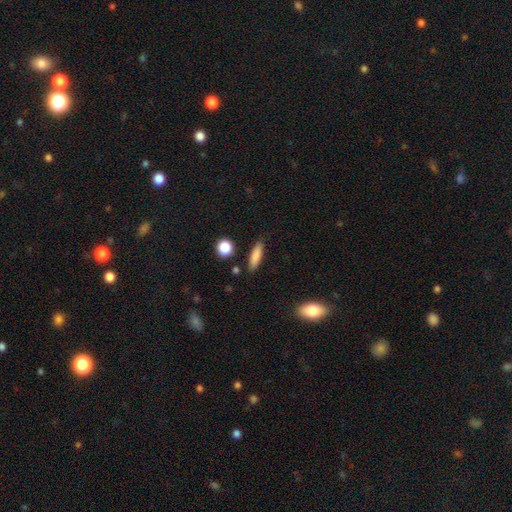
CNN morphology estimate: Smooth or featured: smooth — 84% (featured or disk — 9%)
How rounded: cigar-shaped — 67% (in between — 29%)
Merging: none — 86% (minor disturbance — 9%)